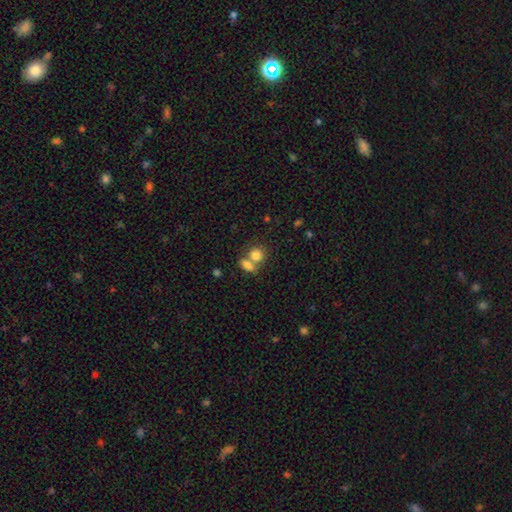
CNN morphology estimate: smooth_or_featured: smooth (p=0.81) [alt: featured or disk p=0.10]
how_rounded: round (p=0.61) [alt: in between p=0.37]
merging: merger (p=0.51) [alt: none p=0.38]